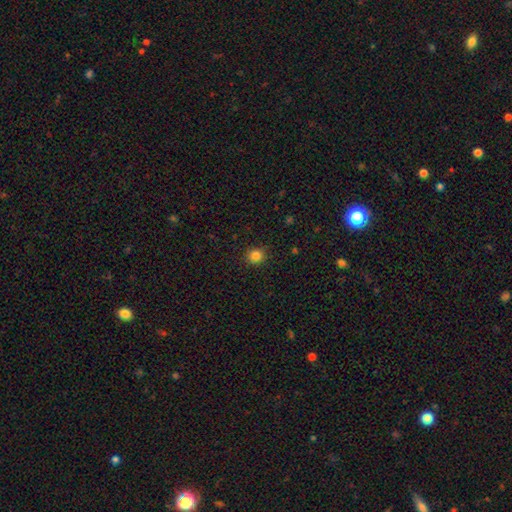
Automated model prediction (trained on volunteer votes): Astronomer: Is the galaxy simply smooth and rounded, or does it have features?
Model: smooth — 84%.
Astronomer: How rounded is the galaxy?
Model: round — 87%.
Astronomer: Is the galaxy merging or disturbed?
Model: none — 89%.